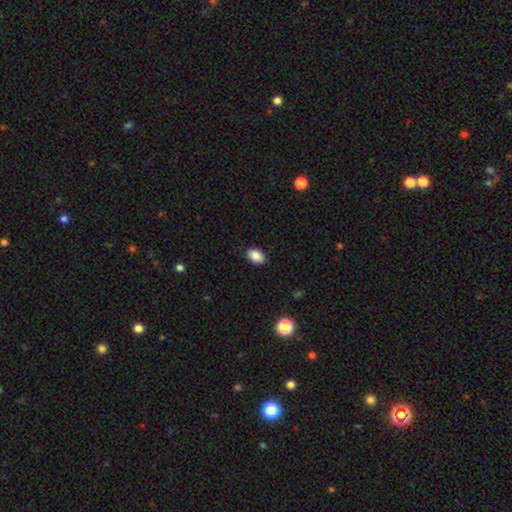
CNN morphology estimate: Smooth or featured: smooth — 88% (star or artifact — 8%)
How rounded: in between — 88% (round — 11%)
Merging: none — 88% (minor disturbance — 9%)